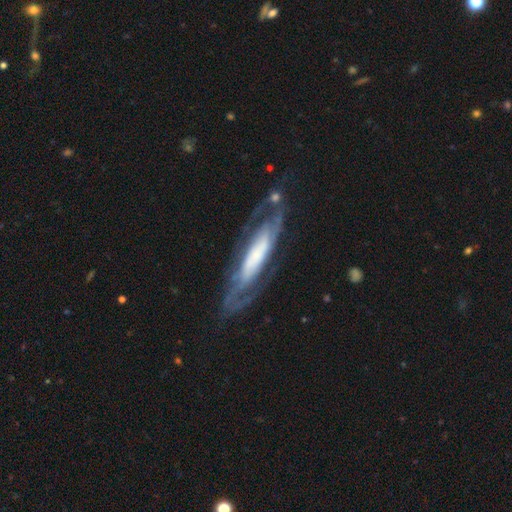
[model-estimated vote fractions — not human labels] smooth_or_featured: featured or disk (p=0.79) [alt: smooth p=0.15]
disk_edge_on: no (p=0.75) [alt: yes p=0.25]
bar: no (p=0.52) [alt: weak p=0.25]
has_spiral_arms: yes (p=0.90) [alt: no p=0.10]
spiral_winding: tight (p=0.52) [alt: medium p=0.35]
spiral_arm_count: 2 (p=0.47) [alt: can't tell p=0.35]
bulge_size: small (p=0.30) [alt: large p=0.28]
merging: none (p=0.67) [alt: minor disturbance p=0.18]